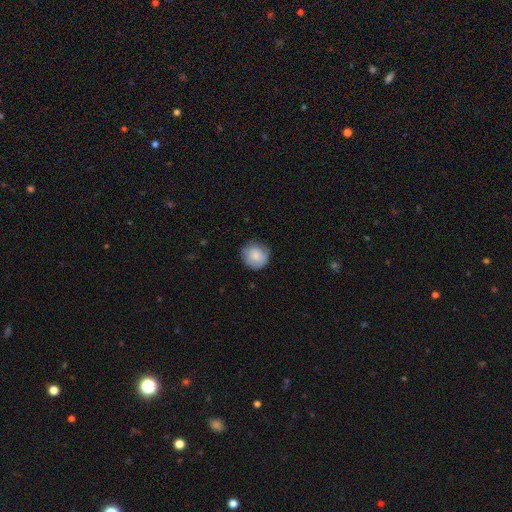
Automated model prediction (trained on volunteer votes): Smooth or featured?
  - smooth: 80% *
  - featured or disk: 13%
  - star or artifact: 7%
How rounded?
  - round: 92% *
  - in between: 7%
  - cigar-shaped: 1%
Merging?
  - none: 77% *
  - minor disturbance: 18%
  - major disturbance: 4%
  - merger: 1%